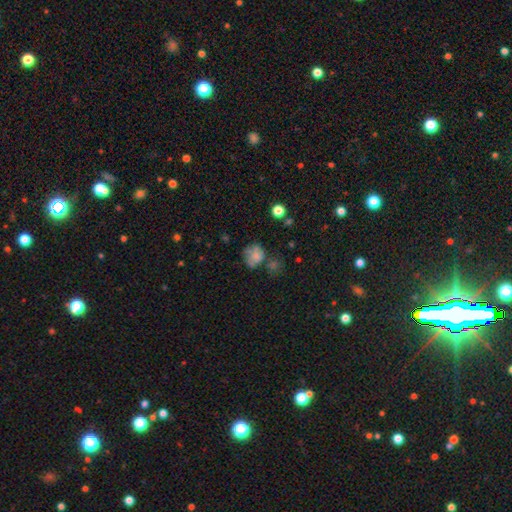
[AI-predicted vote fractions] Morphology: type=smooth (66%); roundness=round (52%); merging=none (39%).